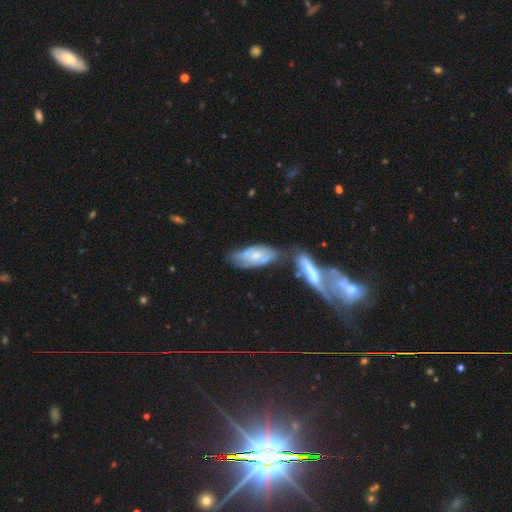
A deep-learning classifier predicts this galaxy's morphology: Smooth or featured?
  - featured or disk: 57% *
  - smooth: 37%
  - star or artifact: 7%
Edge-on disk?
  - no: 84% *
  - yes: 16%
Merging?
  - none: 38% *
  - merger: 31%
  - minor disturbance: 21%
  - major disturbance: 10%